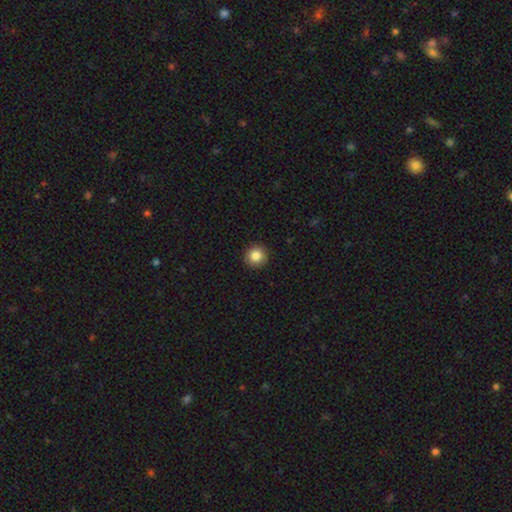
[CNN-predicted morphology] This is clearly a smooth galaxy (86%). How rounded: clearly round (94%). Merging: clearly none (93%).